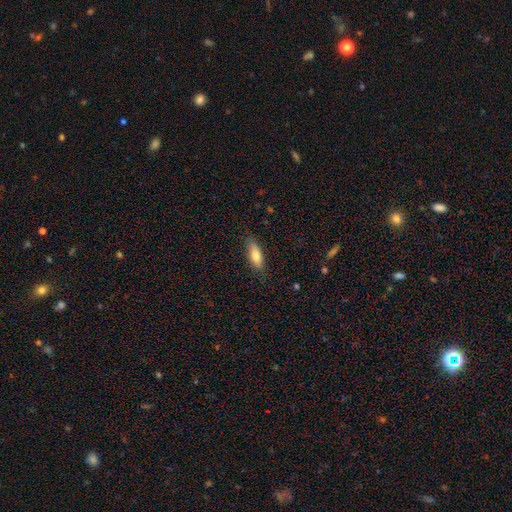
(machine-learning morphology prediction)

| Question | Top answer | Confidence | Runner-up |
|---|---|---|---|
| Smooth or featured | smooth | 76% | featured or disk (18%) |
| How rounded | in between | 64% | cigar-shaped (34%) |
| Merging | none | 82% | minor disturbance (14%) |